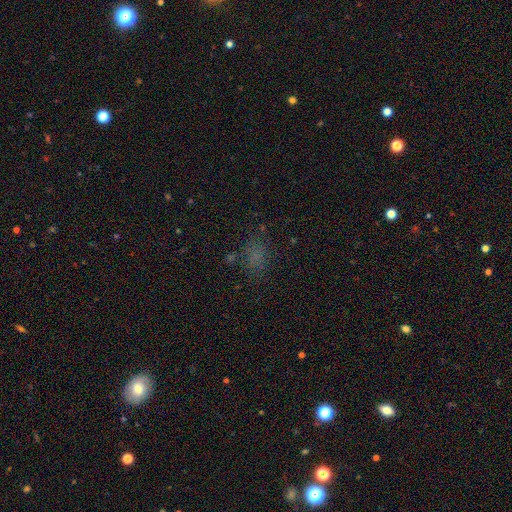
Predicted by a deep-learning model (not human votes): Morphology: type=smooth (64%); roundness=in between (73%); merging=none (70%).